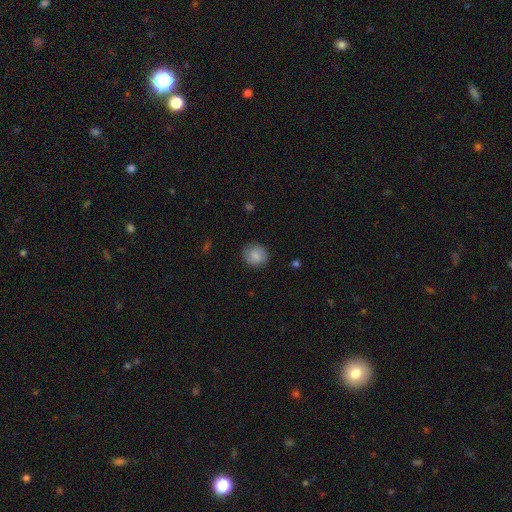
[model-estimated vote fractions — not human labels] Morphology: type=smooth (83%); roundness=round (75%); merging=none (84%).